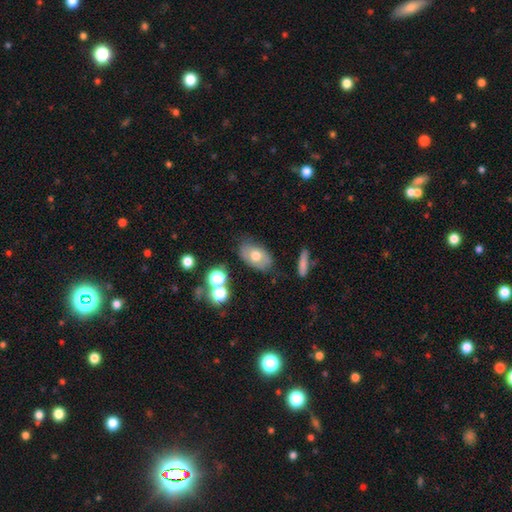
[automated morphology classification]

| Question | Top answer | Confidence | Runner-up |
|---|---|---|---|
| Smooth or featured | smooth | 66% | featured or disk (26%) |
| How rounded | in between | 89% | round (9%) |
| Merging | none | 74% | minor disturbance (17%) |